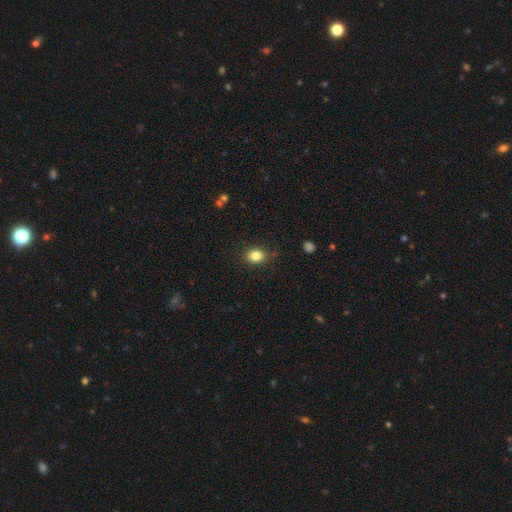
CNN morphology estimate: Smooth or featured? Predicted: smooth (p=0.83). How rounded? Predicted: round (p=0.55). Merging? Predicted: none (p=0.86).